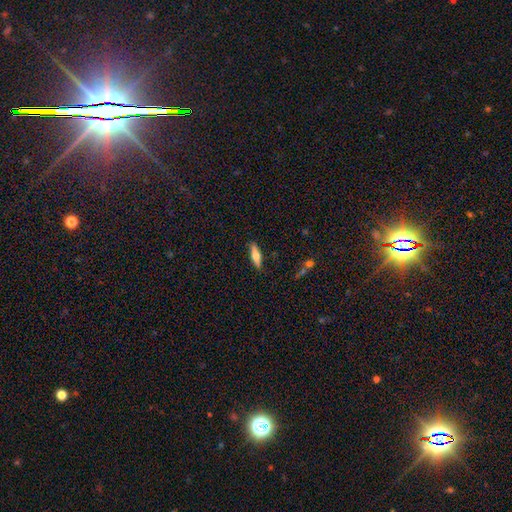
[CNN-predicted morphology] A smooth galaxy with no disk features (53%) that is cigar-shaped (63%).

Vote fractions:
- Smooth or featured? smooth: 53% / featured or disk: 40% / star or artifact: 7%
- How rounded? cigar-shaped: 63% / in between: 34% / round: 2%
- Merging? none: 88% / minor disturbance: 8% / major disturbance: 2% / merger: 1%